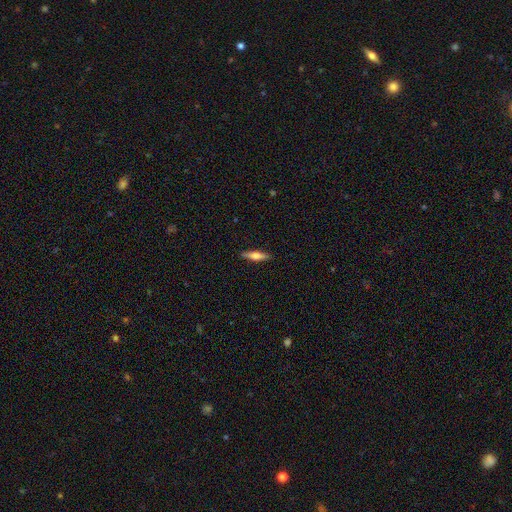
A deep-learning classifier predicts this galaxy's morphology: The model was most divided on "smooth or featured": featured or disk: 47%, smooth: 46%, star or artifact: 6%. More confident: merging — none (90%).